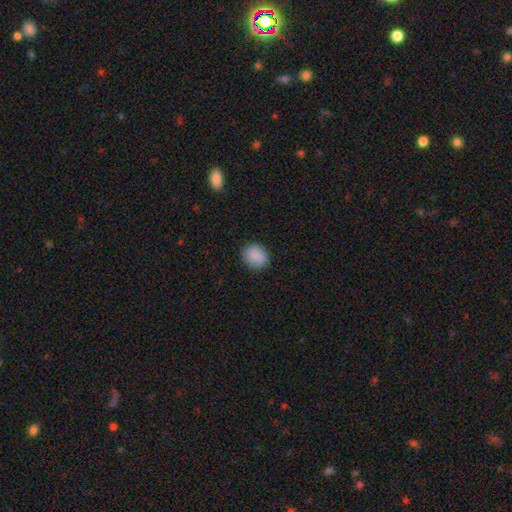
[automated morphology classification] Q: Smooth or featured?
A: smooth (88%); runner-up: star or artifact (8%)
Q: How rounded?
A: round (63%); runner-up: in between (36%)
Q: Merging?
A: none (85%); runner-up: minor disturbance (11%)